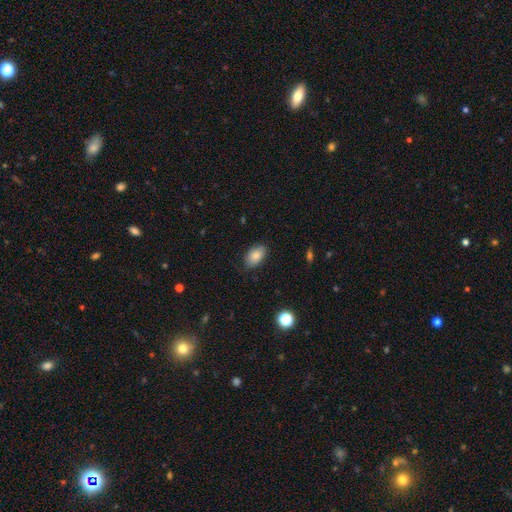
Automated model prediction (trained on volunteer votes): Overall: smooth (81%). How rounded: in between (90%). Merging: none (81%).